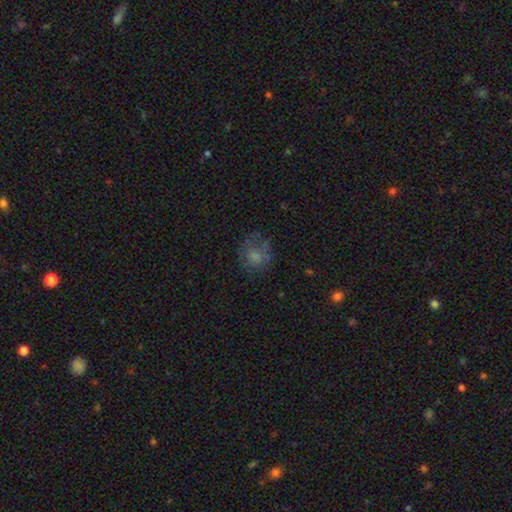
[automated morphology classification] A smooth galaxy with no disk features (67%) that is round (77%).

Vote fractions:
- Smooth or featured? smooth: 67% / featured or disk: 21% / star or artifact: 13%
- How rounded? round: 77% / in between: 22% / cigar-shaped: 1%
- Merging? none: 60% / minor disturbance: 22% / major disturbance: 16% / merger: 3%